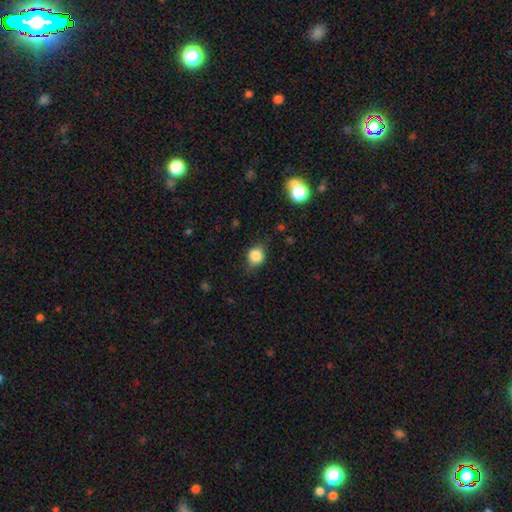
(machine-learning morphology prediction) This appears to be a smooth galaxy with no disk features (82%) that is round (67%). Merging: none (75%).